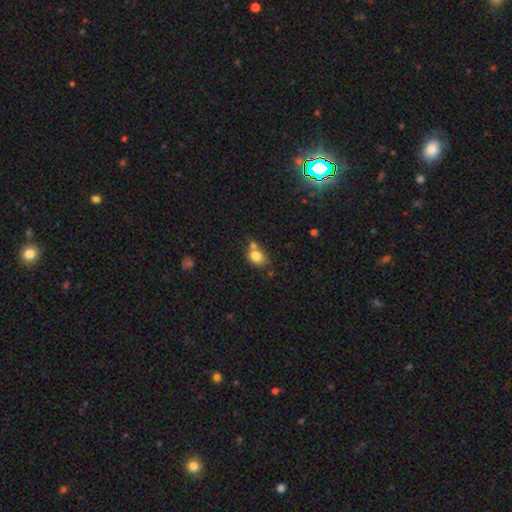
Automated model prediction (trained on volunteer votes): Smooth or featured? smooth (78%)
How rounded? in between (54%)
Merging? none (44%)